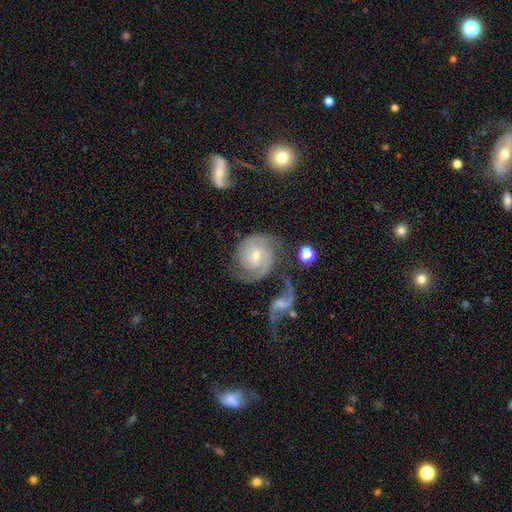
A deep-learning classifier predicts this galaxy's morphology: featured or disk 87%, smooth 7%, star or artifact 6%. Down the decision tree: edge-on disk — no (97%); bar — no (49%); spiral arms — yes (97%); spiral arm count — 2 (63%); spiral winding — tight (50%); bulge size — small (53%); merging — none (57%).